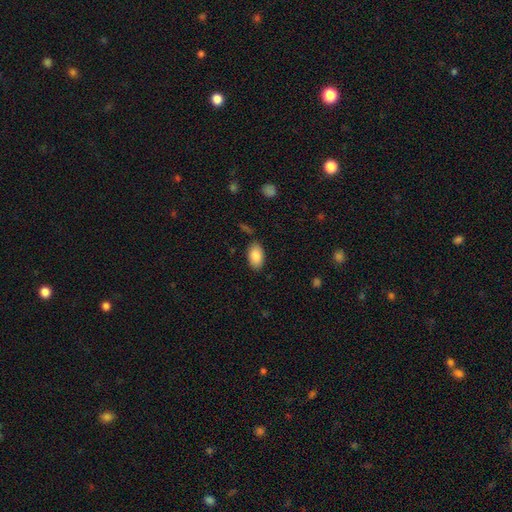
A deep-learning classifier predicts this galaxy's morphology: Q: Smooth or featured?
A: smooth (87%); runner-up: star or artifact (7%)
Q: How rounded?
A: in between (94%); runner-up: round (5%)
Q: Merging?
A: none (84%); runner-up: minor disturbance (11%)